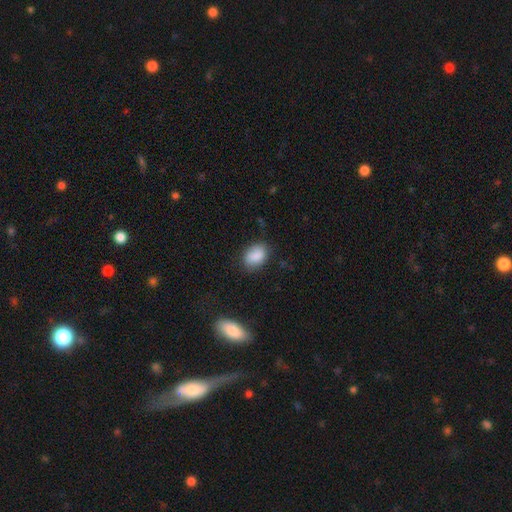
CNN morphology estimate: Overall: smooth (86%). How rounded: in between (81%). Merging: none (75%).